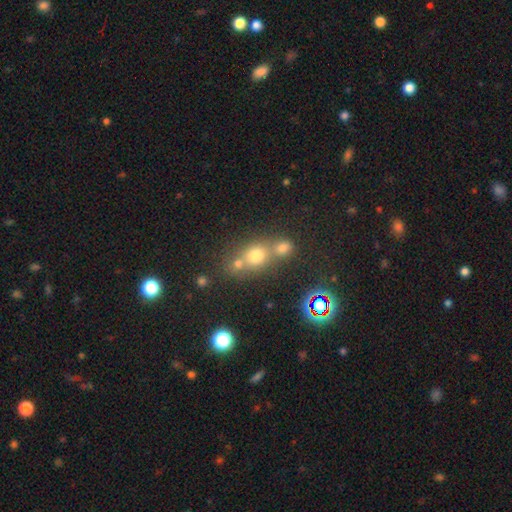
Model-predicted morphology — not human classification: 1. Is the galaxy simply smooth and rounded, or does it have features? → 67% smooth, 21% star or artifact, 12% featured or disk.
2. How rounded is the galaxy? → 70% round, 27% in between, 2% cigar-shaped.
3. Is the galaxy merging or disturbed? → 46% merger, 42% none, 8% minor disturbance, 4% major disturbance.